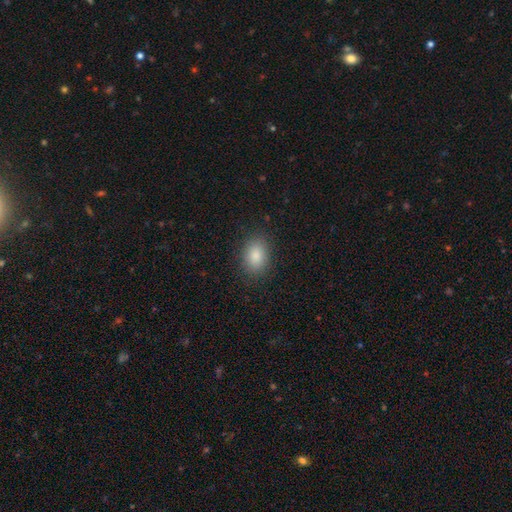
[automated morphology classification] This is clearly a smooth galaxy (87%). How rounded: likely in between (76%). Merging: clearly none (86%).